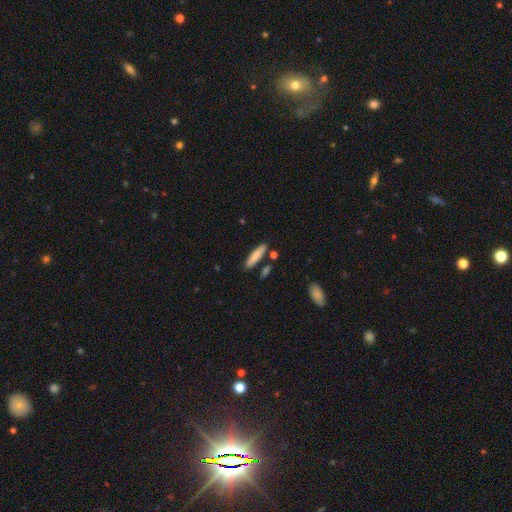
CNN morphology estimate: Smooth or featured? smooth (83%)
How rounded? cigar-shaped (77%)
Merging? none (82%)